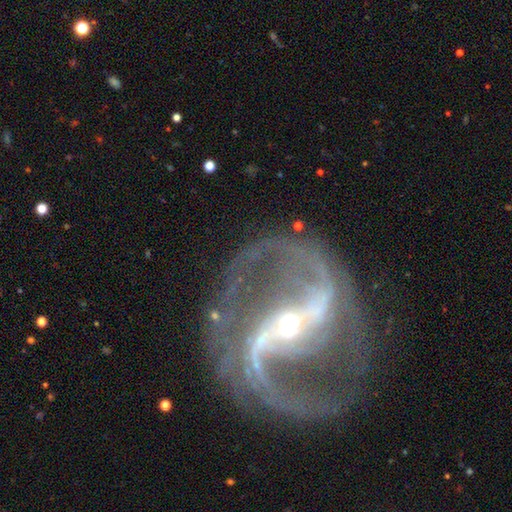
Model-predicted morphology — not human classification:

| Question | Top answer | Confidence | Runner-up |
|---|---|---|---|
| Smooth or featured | featured or disk | 93% | star or artifact (5%) |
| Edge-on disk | no | 97% | yes (3%) |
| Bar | strong | 67% | weak (22%) |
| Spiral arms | yes | 98% | no (2%) |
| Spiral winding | medium | 55% | loose (30%) |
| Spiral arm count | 2 | 93% | 3 (2%) |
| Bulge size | small | 49% | moderate (47%) |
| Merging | none | 80% | minor disturbance (11%) |